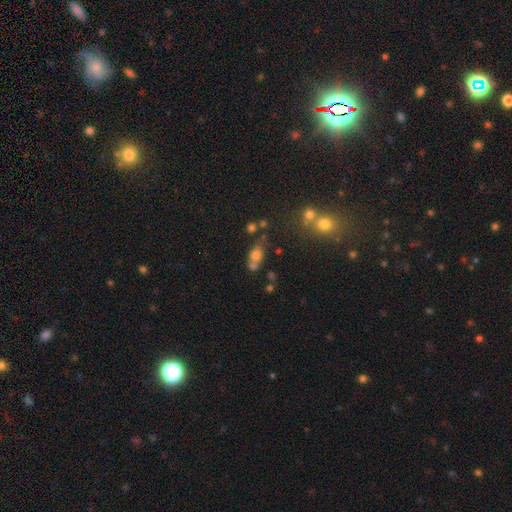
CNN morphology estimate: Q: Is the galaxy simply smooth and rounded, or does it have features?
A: smooth — 67%.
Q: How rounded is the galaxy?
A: in between — 61%.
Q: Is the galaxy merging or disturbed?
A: none — 42%.